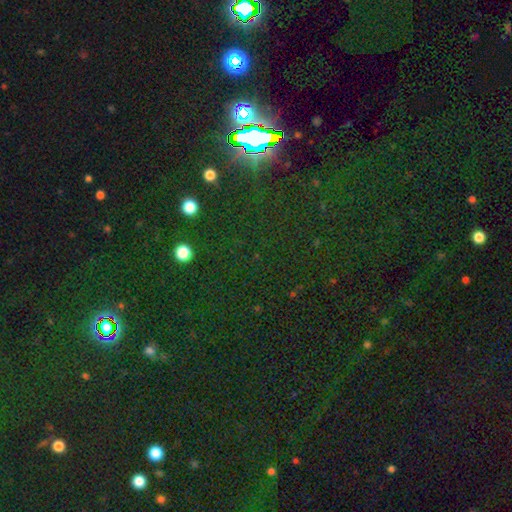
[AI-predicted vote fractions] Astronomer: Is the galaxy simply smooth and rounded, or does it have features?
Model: star or artifact — 80%.